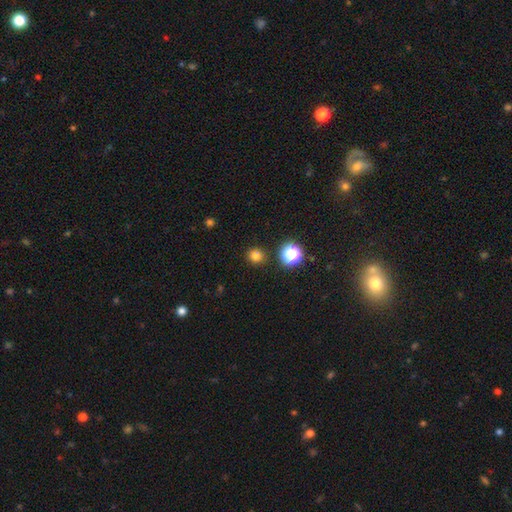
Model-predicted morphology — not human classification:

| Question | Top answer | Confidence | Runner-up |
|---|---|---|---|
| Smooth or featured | smooth | 77% | star or artifact (18%) |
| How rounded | round | 89% | in between (10%) |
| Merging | none | 86% | minor disturbance (7%) |